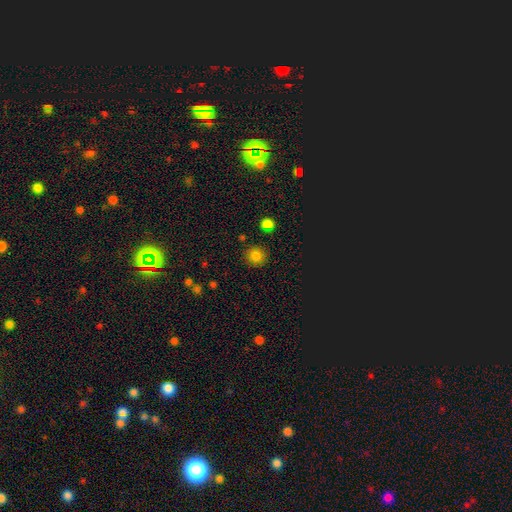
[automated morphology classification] smooth 82%, star or artifact 13%, featured or disk 5%. Down the decision tree: how rounded — round (92%); merging — none (88%).